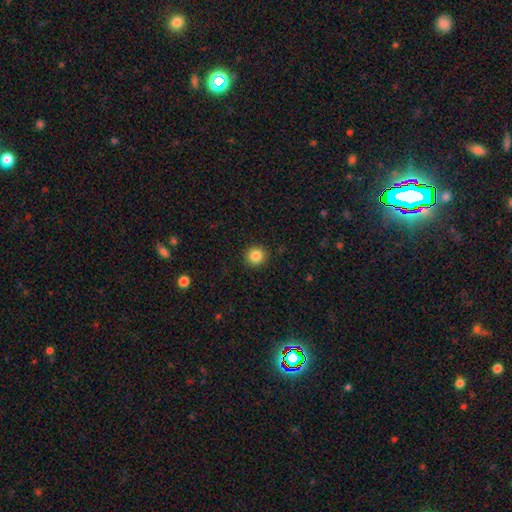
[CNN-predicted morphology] smooth 85%, star or artifact 11%, featured or disk 5%. Down the decision tree: how rounded — round (93%); merging — none (92%).